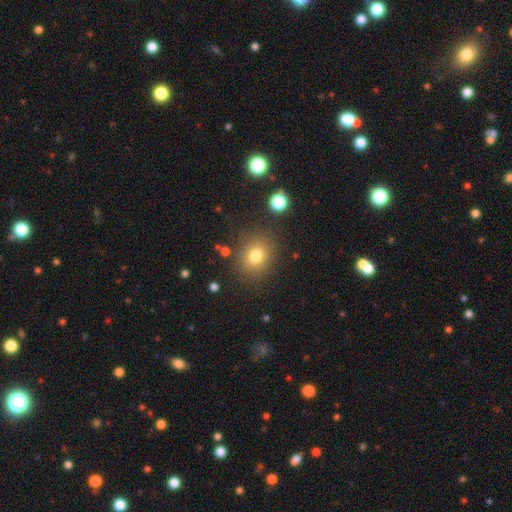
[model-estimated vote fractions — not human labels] smooth 78%, star or artifact 14%, featured or disk 9%. Down the decision tree: how rounded — round (66%); merging — none (84%).